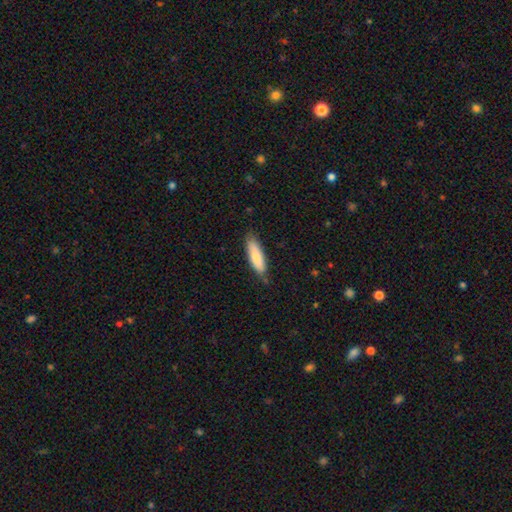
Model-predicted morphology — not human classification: The model was most divided on "how rounded": cigar-shaped: 57%, in between: 42%, round: 2%. More confident: merging — none (80%); smooth or featured — smooth (78%).